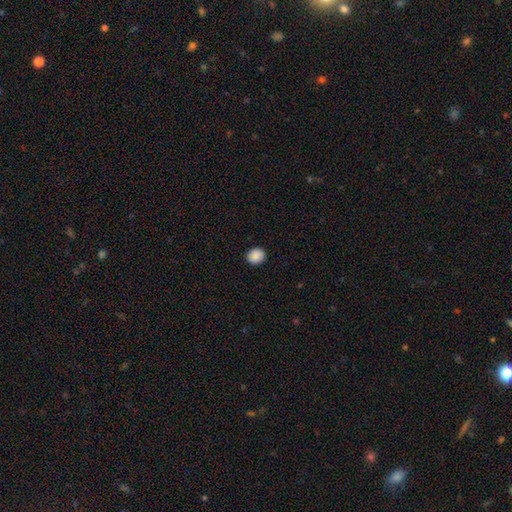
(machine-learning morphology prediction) The model was most divided on "how rounded": round: 78%, in between: 21%, cigar-shaped: 1%. More confident: merging — none (89%); smooth or featured — smooth (89%).